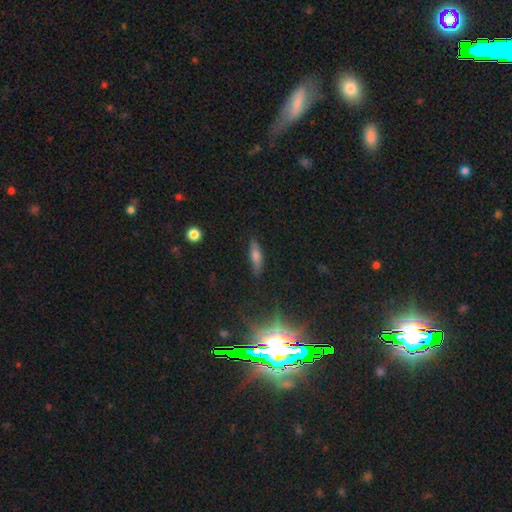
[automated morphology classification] type=smooth (58%); roundness=cigar-shaped (59%); merging=none (79%).